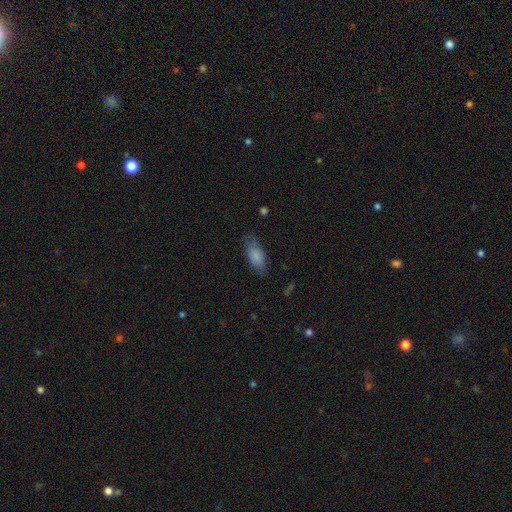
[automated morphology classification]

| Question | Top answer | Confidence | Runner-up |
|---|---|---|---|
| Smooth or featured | smooth | 84% | featured or disk (10%) |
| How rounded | in between | 86% | cigar-shaped (12%) |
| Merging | none | 71% | minor disturbance (22%) |